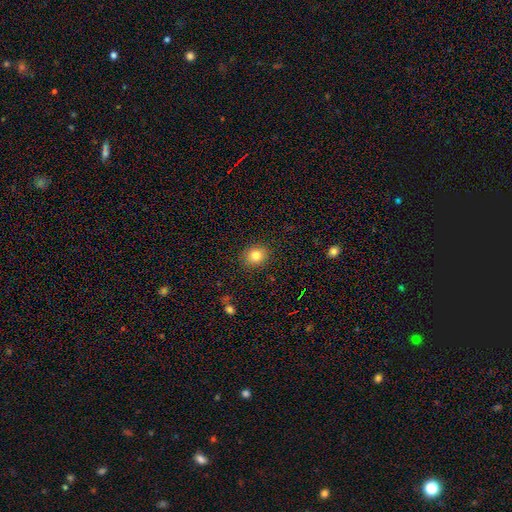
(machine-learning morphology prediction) smooth-or-featured: smooth: 83% | star or artifact: 10% | featured or disk: 6%
  how-rounded: round: 61% | in between: 38% | cigar-shaped: 1%
  merging: none: 88% | minor disturbance: 8% | major disturbance: 2% | merger: 1%